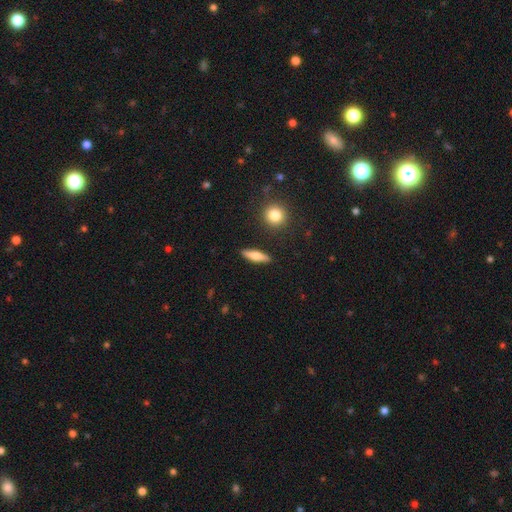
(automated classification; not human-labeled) A smooth galaxy with no disk features (66%) that is cigar-shaped (64%).

Vote fractions:
- Smooth or featured? smooth: 66% / featured or disk: 27% / star or artifact: 6%
- How rounded? cigar-shaped: 64% / in between: 32% / round: 4%
- Merging? none: 88% / minor disturbance: 8% / merger: 2% / major disturbance: 2%